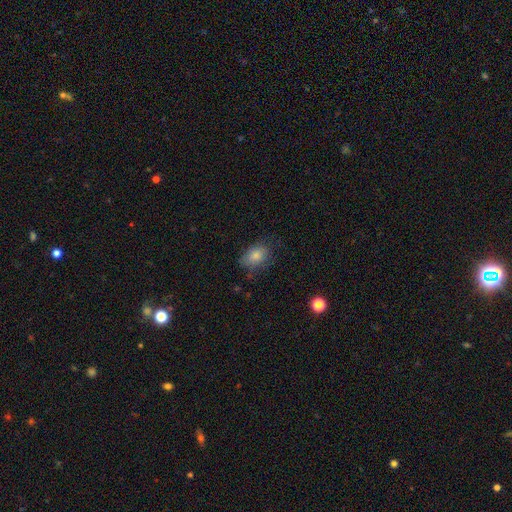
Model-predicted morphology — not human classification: This appears to be a smooth galaxy with no disk features (81%) that is in between round and cigar-shaped (80%). Merging: none (66%).